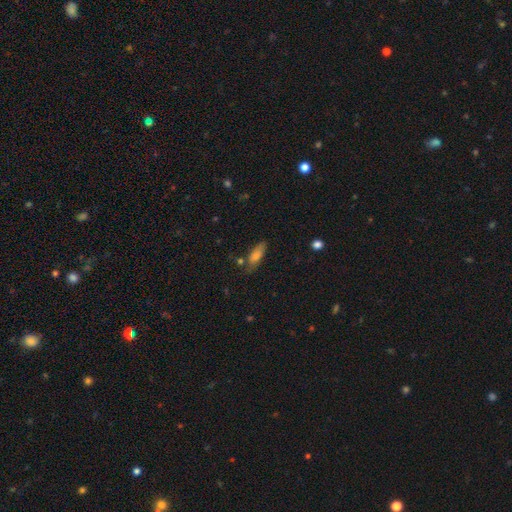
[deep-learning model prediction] Smooth or featured: smooth — 67% (featured or disk — 23%)
How rounded: in between — 62% (cigar-shaped — 35%)
Merging: none — 70% (minor disturbance — 19%)